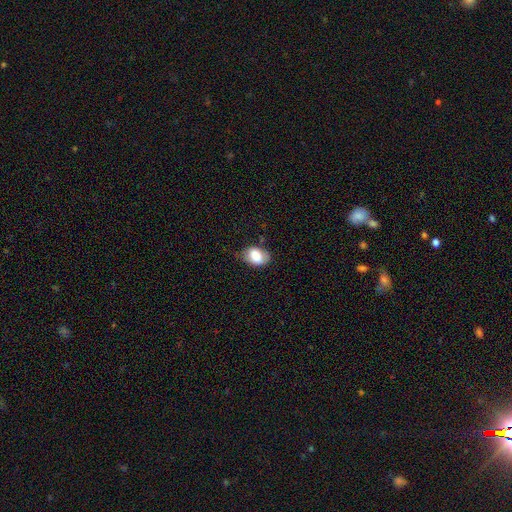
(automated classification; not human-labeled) A smooth galaxy with no disk features (80%) that is in between round and cigar-shaped (81%).

Vote fractions:
- Smooth or featured? smooth: 80% / featured or disk: 13% / star or artifact: 8%
- How rounded? in between: 81% / round: 18% / cigar-shaped: 1%
- Merging? none: 59% / minor disturbance: 31% / major disturbance: 8% / merger: 2%